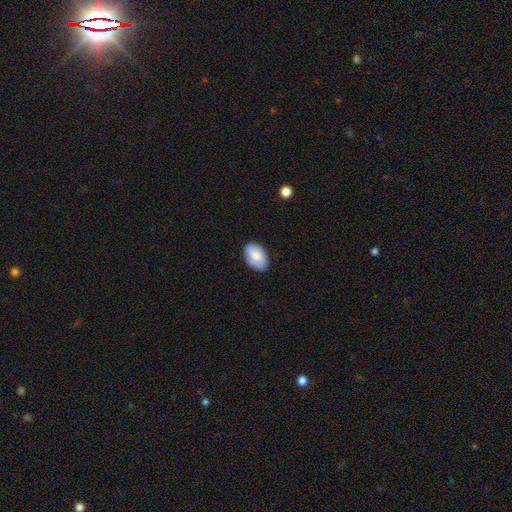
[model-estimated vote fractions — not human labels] This appears to be a smooth galaxy with no disk features (80%) that is in between round and cigar-shaped (91%). Merging: none (77%).